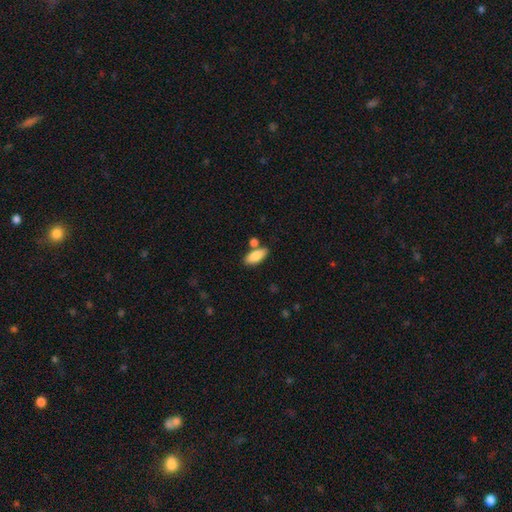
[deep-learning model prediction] Smooth or featured? smooth (86%)
How rounded? in between (82%)
Merging? none (70%)